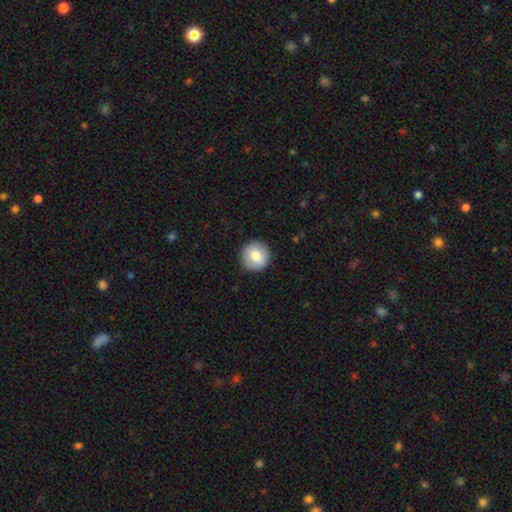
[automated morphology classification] Q: Smooth or featured?
A: smooth (75%); runner-up: featured or disk (17%)
Q: How rounded?
A: round (95%); runner-up: in between (4%)
Q: Merging?
A: none (90%); runner-up: minor disturbance (7%)